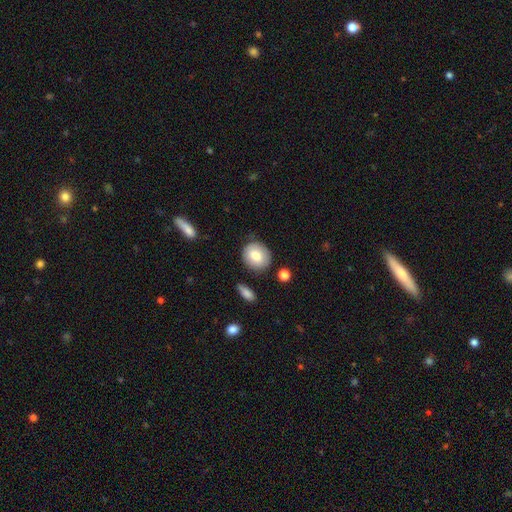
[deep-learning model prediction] smooth 79%, featured or disk 13%, star or artifact 7%. Down the decision tree: how rounded — round (72%); merging — none (80%).